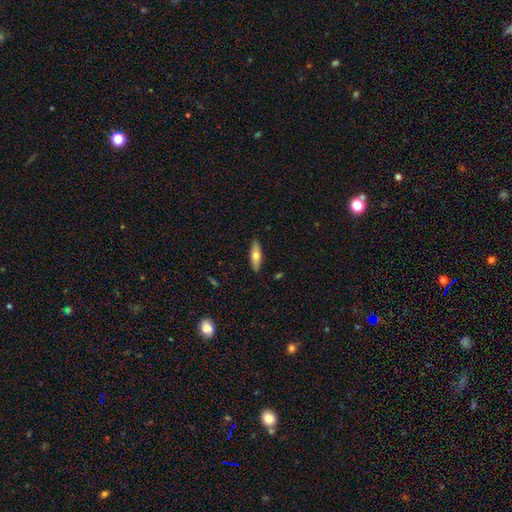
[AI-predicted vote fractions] Smooth or featured? smooth (63%)
How rounded? cigar-shaped (52%)
Merging? none (89%)